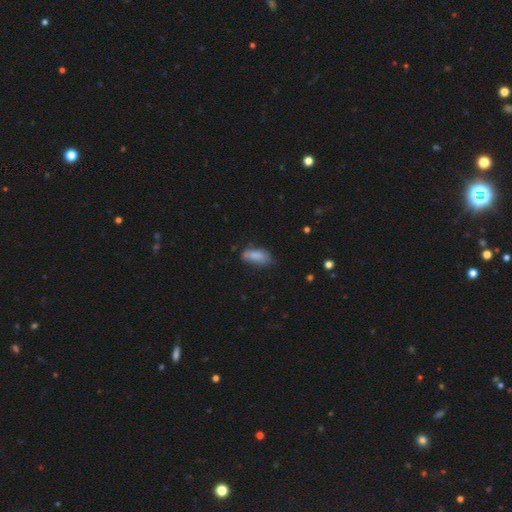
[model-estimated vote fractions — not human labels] smooth 81%, featured or disk 11%, star or artifact 8%. Down the decision tree: how rounded — in between (82%); merging — none (56%).